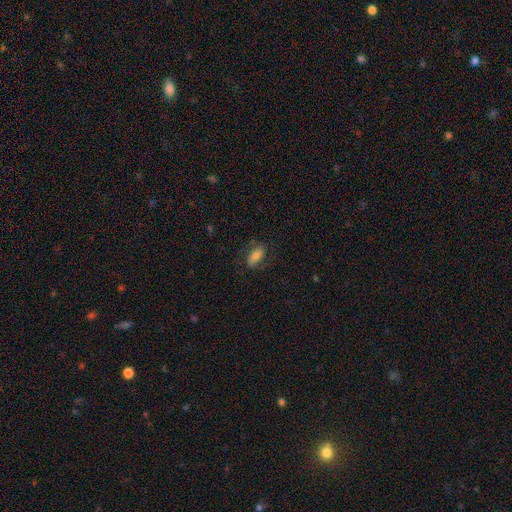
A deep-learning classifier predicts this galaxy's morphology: smooth 62%, featured or disk 29%, star or artifact 9%. Down the decision tree: how rounded — in between (81%); merging — none (73%).